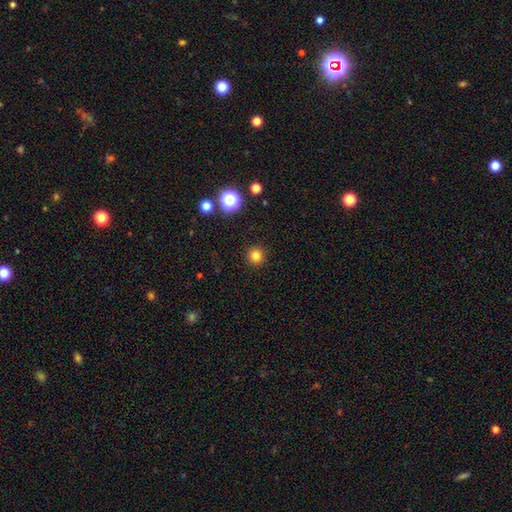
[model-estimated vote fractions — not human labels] This appears to be a smooth galaxy with no disk features (81%) that is round (95%). Merging: none (92%).